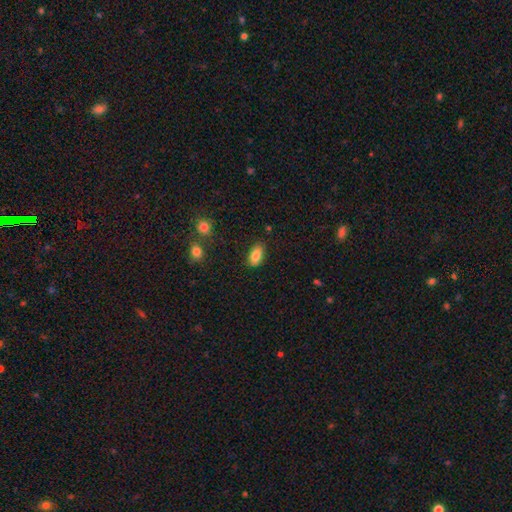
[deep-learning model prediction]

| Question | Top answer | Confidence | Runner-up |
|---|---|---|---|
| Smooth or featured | smooth | 85% | star or artifact (8%) |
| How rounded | in between | 91% | round (5%) |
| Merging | none | 84% | minor disturbance (12%) |